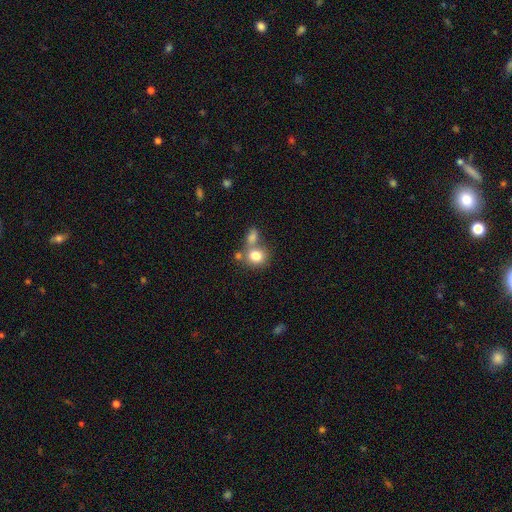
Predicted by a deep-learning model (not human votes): smooth-or-featured: smooth: 80% | star or artifact: 10% | featured or disk: 10%
  how-rounded: round: 71% | in between: 28% | cigar-shaped: 1%
  merging: none: 45% | merger: 40% | minor disturbance: 11% | major disturbance: 5%